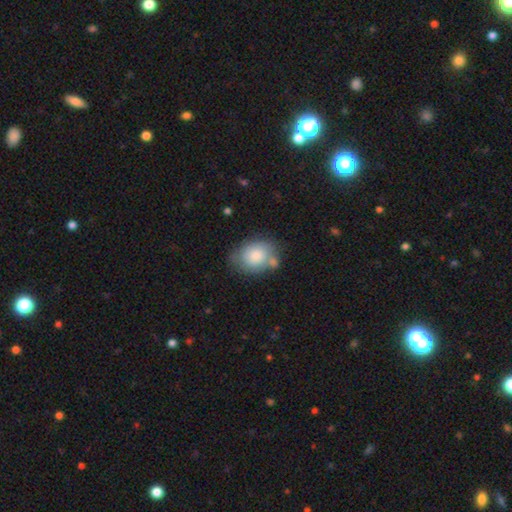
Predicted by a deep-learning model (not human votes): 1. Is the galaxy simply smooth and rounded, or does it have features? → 80% smooth, 14% featured or disk, 7% star or artifact.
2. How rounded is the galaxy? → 61% in between, 38% round, 1% cigar-shaped.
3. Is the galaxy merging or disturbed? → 54% none, 23% minor disturbance, 16% merger, 8% major disturbance.